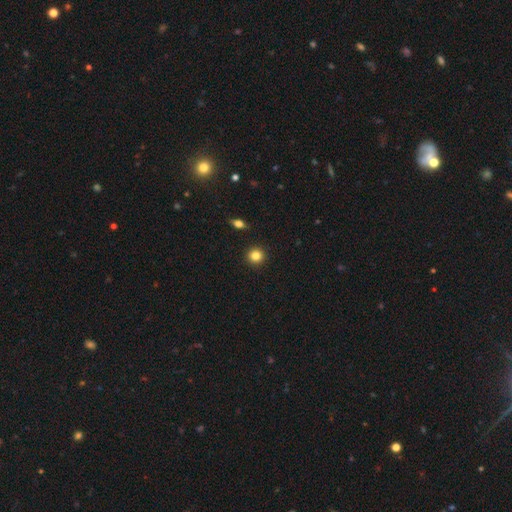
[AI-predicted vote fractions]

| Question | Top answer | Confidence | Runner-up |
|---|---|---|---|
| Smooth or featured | smooth | 83% | star or artifact (11%) |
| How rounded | round | 93% | in between (6%) |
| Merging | none | 93% | minor disturbance (4%) |